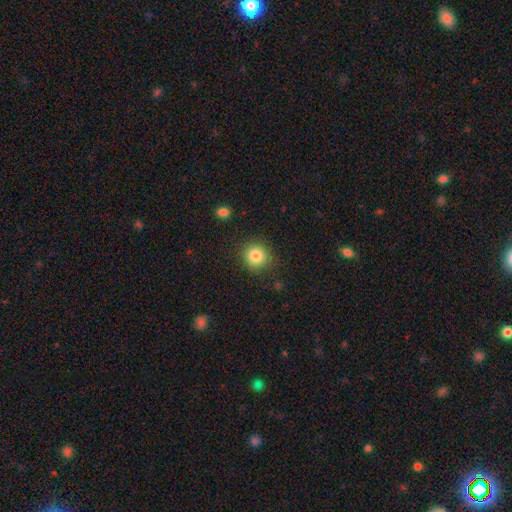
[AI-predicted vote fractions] smooth-or-featured: smooth: 84% | star or artifact: 10% | featured or disk: 6%
  how-rounded: round: 90% | in between: 9% | cigar-shaped: 1%
  merging: none: 88% | minor disturbance: 8% | major disturbance: 3% | merger: 1%